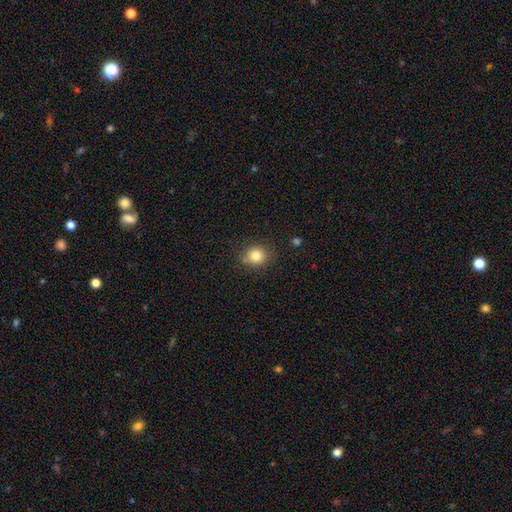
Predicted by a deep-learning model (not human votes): Morphology: type=smooth (82%); roundness=round (82%); merging=none (79%).